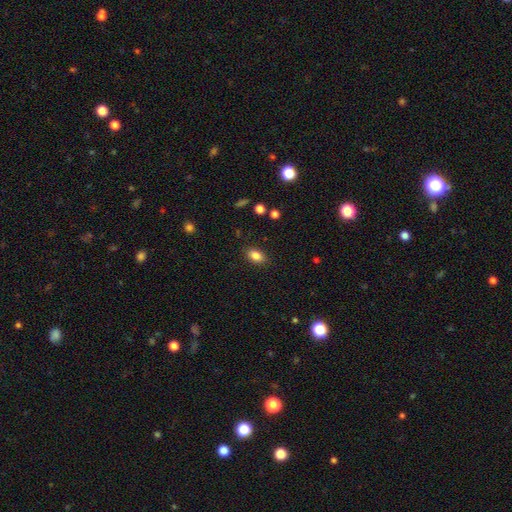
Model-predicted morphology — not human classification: Smooth or featured? Predicted: smooth (p=0.84). How rounded? Predicted: in between (p=0.88). Merging? Predicted: none (p=0.87).